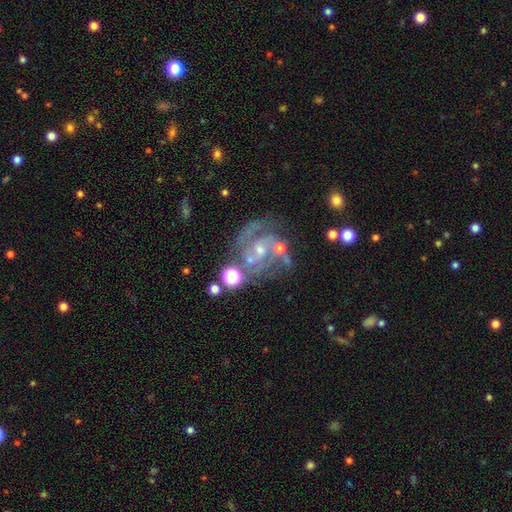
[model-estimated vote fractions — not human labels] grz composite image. It shows a featured or disk galaxy (72%) with no bar (57%), 2 (39%) medium (43%) spiral arms (86%) and a small central bulge (60%). Merging: none (48%).